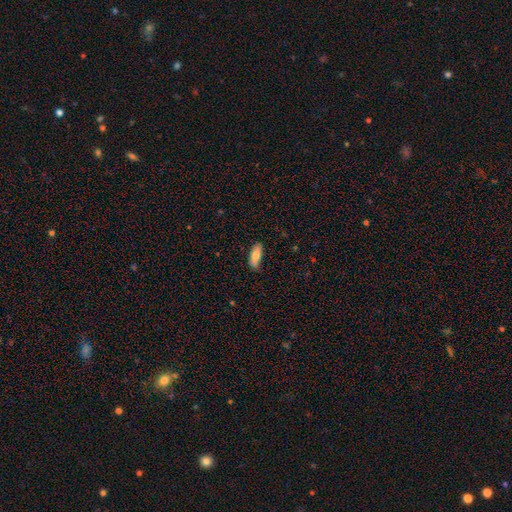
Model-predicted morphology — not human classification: The model was most divided on "how rounded": in between: 74%, cigar-shaped: 24%, round: 2%. More confident: smooth or featured — smooth (81%); merging — none (77%).